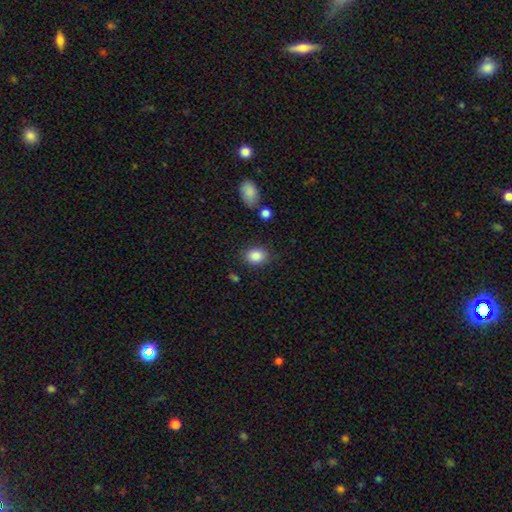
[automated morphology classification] Smooth or featured? Predicted: smooth (p=0.87). How rounded? Predicted: in between (p=0.57). Merging? Predicted: none (p=0.81).